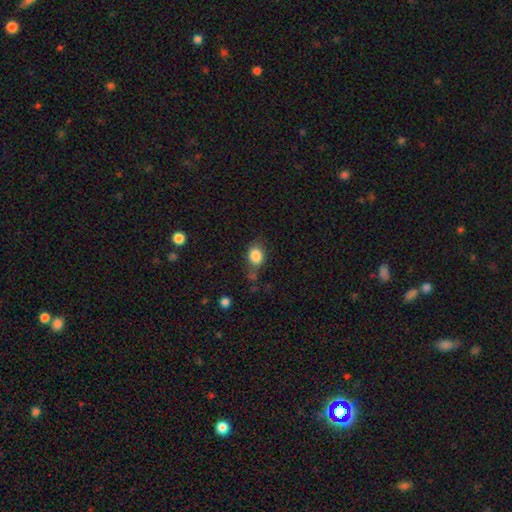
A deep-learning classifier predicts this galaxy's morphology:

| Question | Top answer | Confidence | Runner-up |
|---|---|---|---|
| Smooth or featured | smooth | 85% | star or artifact (9%) |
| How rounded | in between | 59% | round (39%) |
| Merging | none | 61% | minor disturbance (23%) |